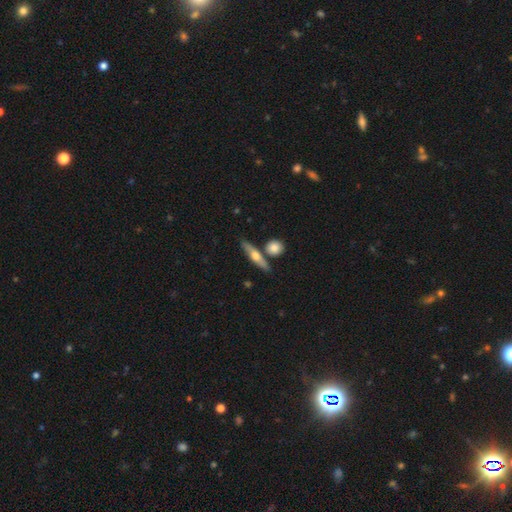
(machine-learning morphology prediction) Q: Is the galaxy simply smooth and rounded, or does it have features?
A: featured or disk — 55%.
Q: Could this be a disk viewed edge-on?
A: yes — 93%.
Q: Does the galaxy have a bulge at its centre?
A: rounded — 92%.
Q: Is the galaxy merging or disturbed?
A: none — 76%.